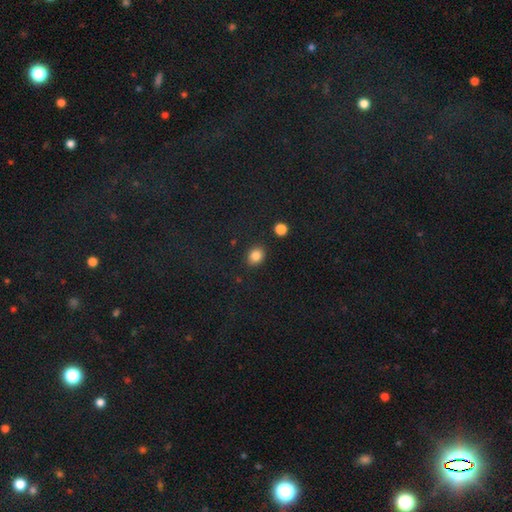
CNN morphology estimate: Smooth or featured? Predicted: smooth (p=0.84). How rounded? Predicted: round (p=0.62). Merging? Predicted: none (p=0.88).